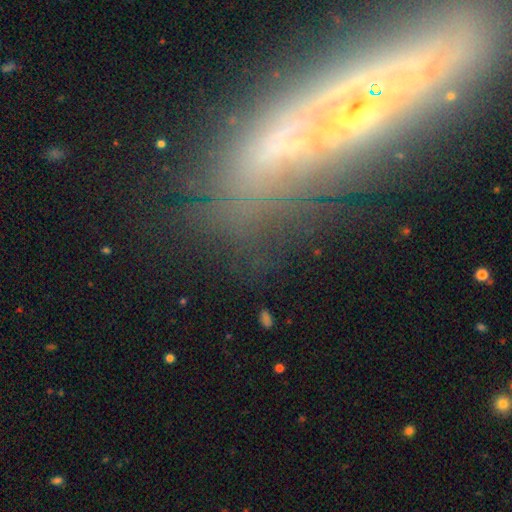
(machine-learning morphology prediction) This appears to be a featured or disk galaxy (59%). Merging: none (66%).